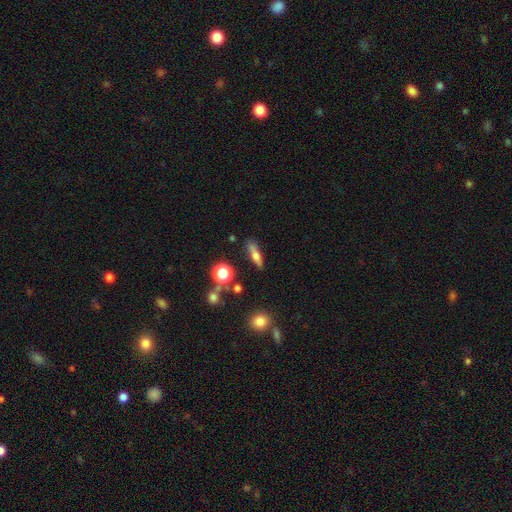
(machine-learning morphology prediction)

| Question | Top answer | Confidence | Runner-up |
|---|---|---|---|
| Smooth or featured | smooth | 52% | featured or disk (37%) |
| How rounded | cigar-shaped | 66% | in between (26%) |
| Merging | none | 80% | minor disturbance (13%) |